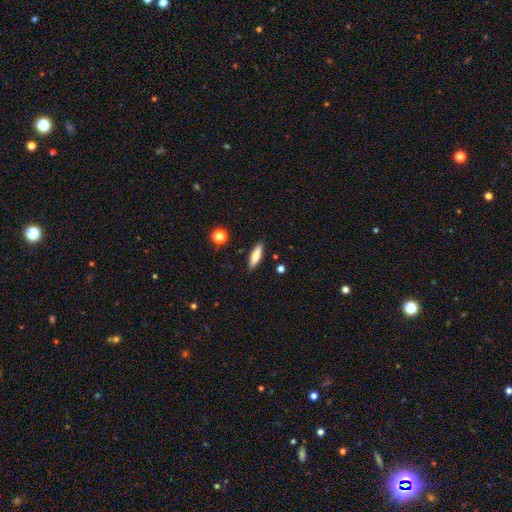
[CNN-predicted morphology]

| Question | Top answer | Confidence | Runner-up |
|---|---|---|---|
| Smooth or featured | smooth | 71% | featured or disk (22%) |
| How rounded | cigar-shaped | 54% | in between (43%) |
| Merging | none | 88% | minor disturbance (8%) |